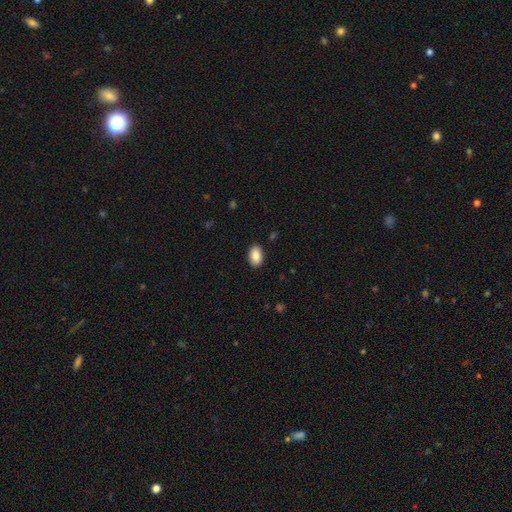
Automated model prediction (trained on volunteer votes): A smooth galaxy with no disk features (87%) that is in between round and cigar-shaped (91%).

Vote fractions:
- Smooth or featured? smooth: 87% / star or artifact: 7% / featured or disk: 6%
- How rounded? in between: 91% / round: 7% / cigar-shaped: 1%
- Merging? none: 89% / minor disturbance: 8% / major disturbance: 2% / merger: 1%